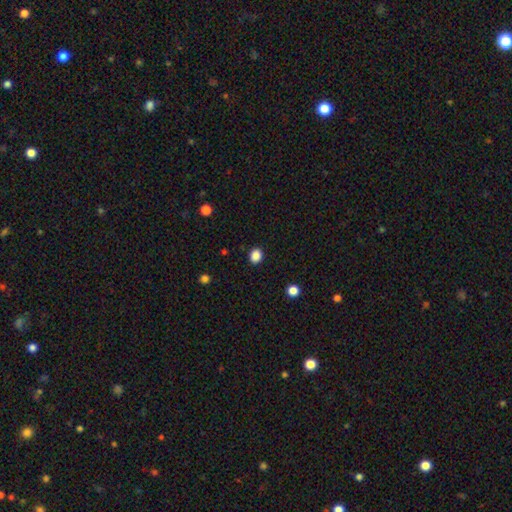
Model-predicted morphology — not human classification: A smooth galaxy with no disk features (87%) that is round (62%).

Vote fractions:
- Smooth or featured? smooth: 87% / star or artifact: 10% / featured or disk: 3%
- How rounded? round: 62% / in between: 38% / cigar-shaped: 1%
- Merging? none: 90% / minor disturbance: 7% / major disturbance: 2% / merger: 1%